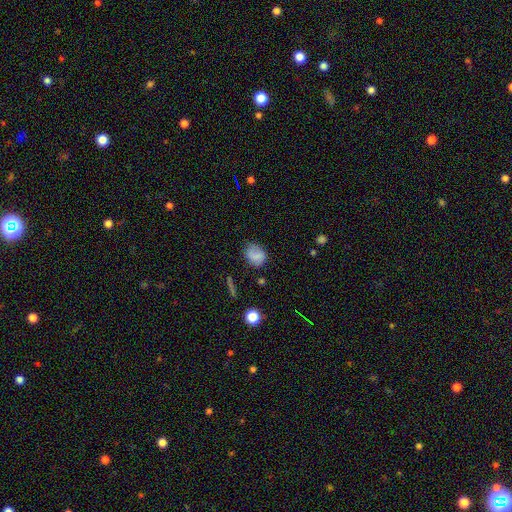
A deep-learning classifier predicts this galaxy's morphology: smooth 77%, featured or disk 12%, star or artifact 11%. Down the decision tree: how rounded — round (52%); merging — none (66%).